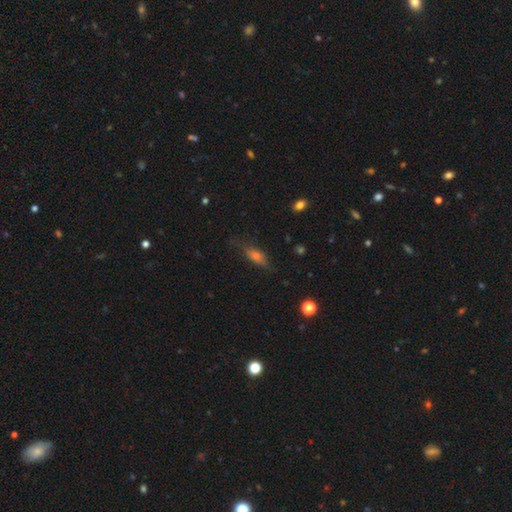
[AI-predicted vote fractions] smooth-or-featured: smooth: 50% | featured or disk: 34% | star or artifact: 16%
  how-rounded: in between: 50% | cigar-shaped: 44% | round: 6%
  merging: none: 71% | minor disturbance: 20% | major disturbance: 7% | merger: 2%